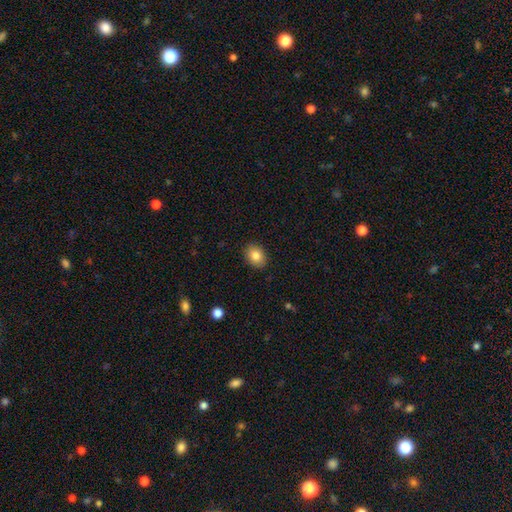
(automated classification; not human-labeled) A smooth galaxy with no disk features (83%) that is in between round and cigar-shaped (66%).

Vote fractions:
- Smooth or featured? smooth: 83% / star or artifact: 9% / featured or disk: 8%
- How rounded? in between: 66% / round: 33% / cigar-shaped: 1%
- Merging? none: 89% / minor disturbance: 8% / major disturbance: 2% / merger: 1%